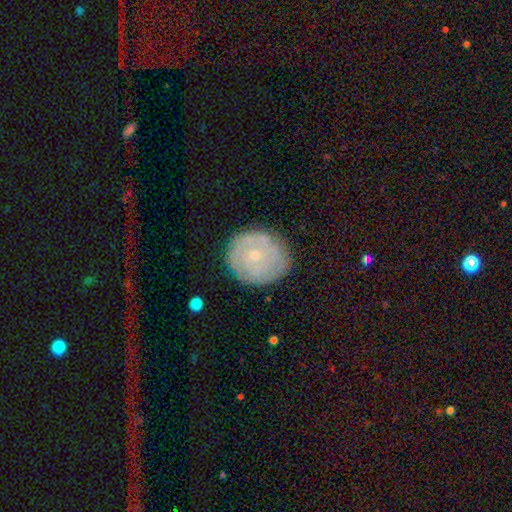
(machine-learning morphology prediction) smooth-or-featured: featured or disk: 53% | smooth: 40% | star or artifact: 7%
  disk-edge-on: no: 97% | yes: 3%
    bar: no: 87% | weak: 11% | strong: 2%
    has-spiral-arms: yes: 60% | no: 40%
    bulge-size: small: 74% | moderate: 22% | none: 2% | large: 1% | dominant: 1%
  merging: none: 79% | minor disturbance: 16% | major disturbance: 4% | merger: 2%